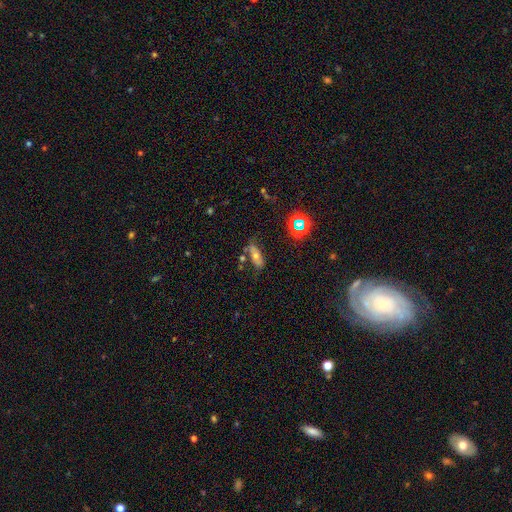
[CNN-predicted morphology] Smooth or featured: smooth — 51% (featured or disk — 31%)
How rounded: in between — 76% (cigar-shaped — 18%)
Merging: none — 58% (minor disturbance — 23%)